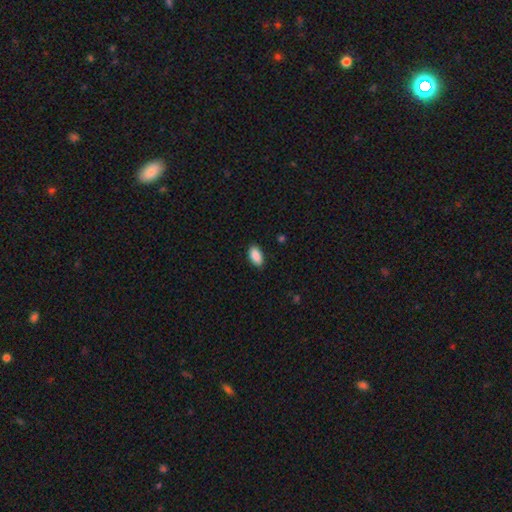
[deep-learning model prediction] smooth 90%, star or artifact 7%, featured or disk 3%. Down the decision tree: how rounded — in between (94%); merging — none (88%).